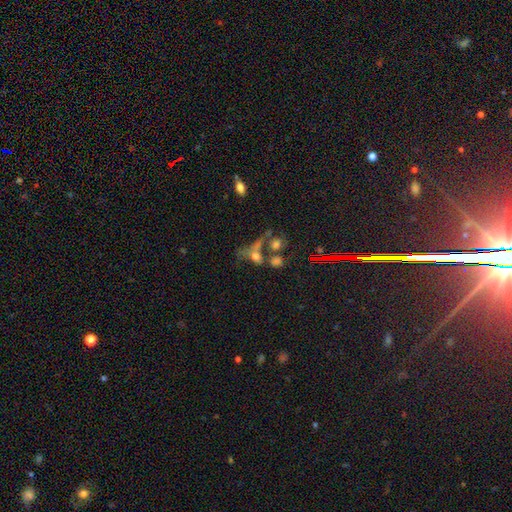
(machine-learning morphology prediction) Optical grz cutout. It shows a smooth galaxy with no disk features (51%) that is in between round and cigar-shaped (55%). Merging: merger (41%).